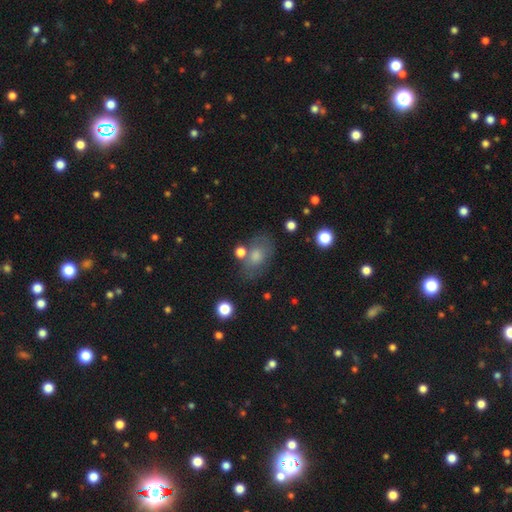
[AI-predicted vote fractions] Smooth or featured: smooth — 60% (featured or disk — 22%)
How rounded: in between — 79% (round — 18%)
Merging: none — 68% (minor disturbance — 17%)